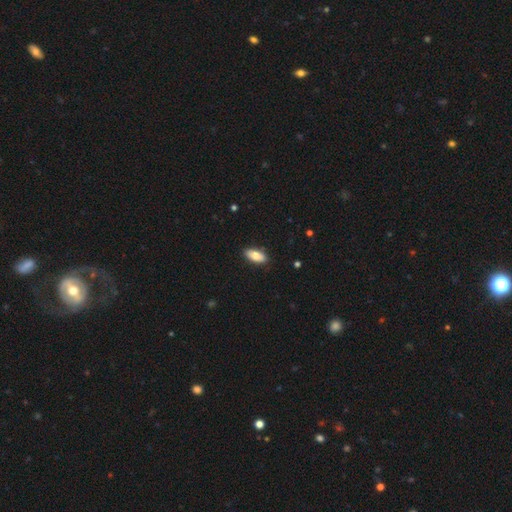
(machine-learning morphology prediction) smooth-or-featured: smooth: 80% | featured or disk: 14% | star or artifact: 6%
  how-rounded: in between: 87% | cigar-shaped: 10% | round: 2%
  merging: none: 87% | minor disturbance: 10% | major disturbance: 2% | merger: 1%